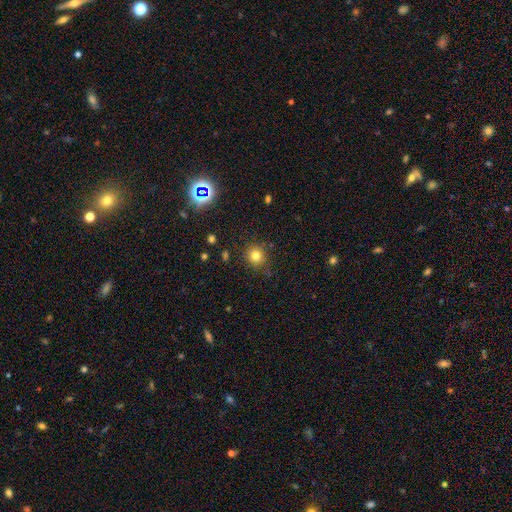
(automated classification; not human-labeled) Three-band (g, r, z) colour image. It shows a smooth galaxy with no disk features (79%) that is round (90%). Merging: none (82%).